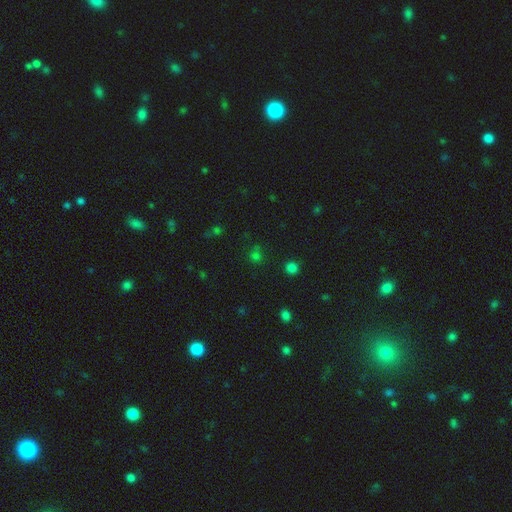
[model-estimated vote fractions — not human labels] Smooth or featured? Predicted: smooth (p=0.60). How rounded? Predicted: round (p=0.86). Merging? Predicted: none (p=0.73).